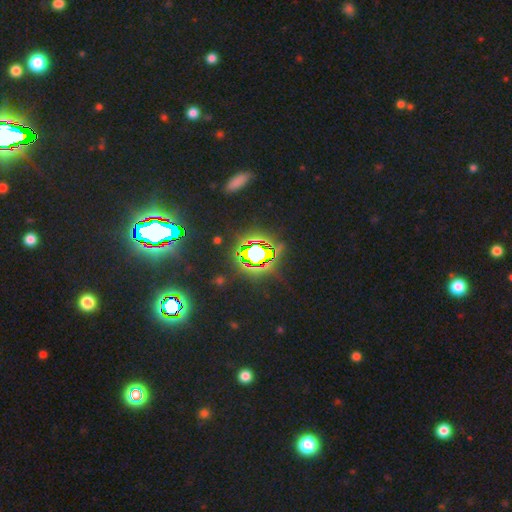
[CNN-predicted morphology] The model was most divided on "smooth or featured": star or artifact: 75%, smooth: 15%, featured or disk: 10%.